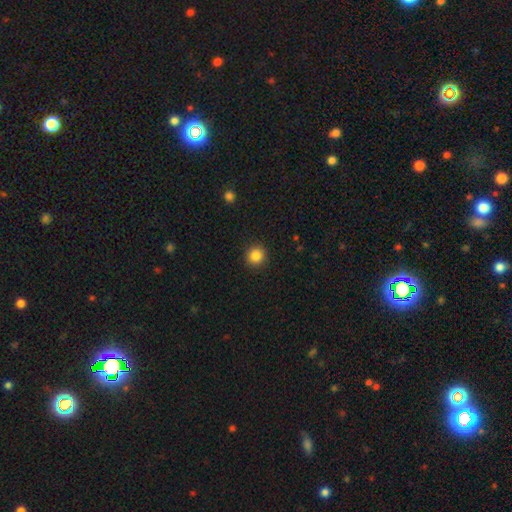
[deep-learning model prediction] This appears to be a smooth galaxy with no disk features (85%) that is round (93%). Merging: none (92%).